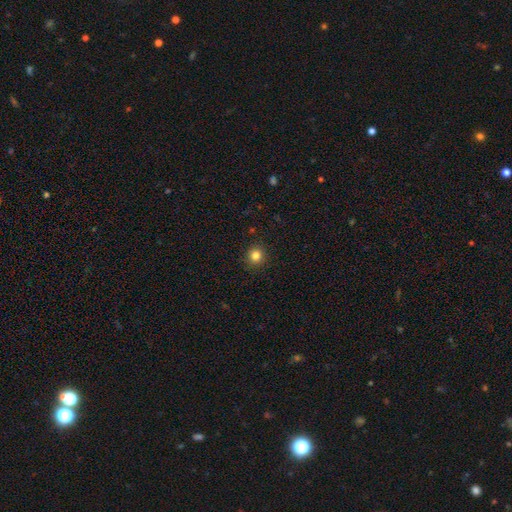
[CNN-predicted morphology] smooth 83%, star or artifact 12%, featured or disk 5%. Down the decision tree: how rounded — round (91%); merging — none (92%).